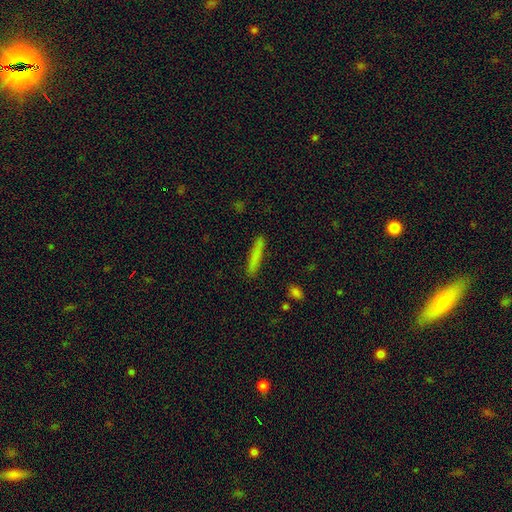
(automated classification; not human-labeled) This is likely a smooth galaxy (79%). How rounded: clearly cigar-shaped (94%). Merging: clearly none (89%).